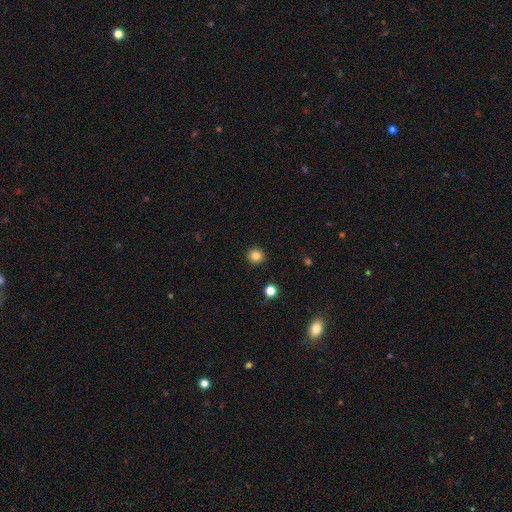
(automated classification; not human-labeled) A smooth galaxy with no disk features (84%) that is round (91%).

Vote fractions:
- Smooth or featured? smooth: 84% / star or artifact: 12% / featured or disk: 5%
- How rounded? round: 91% / in between: 9% / cigar-shaped: 1%
- Merging? none: 92% / minor disturbance: 5% / major disturbance: 2% / merger: 1%